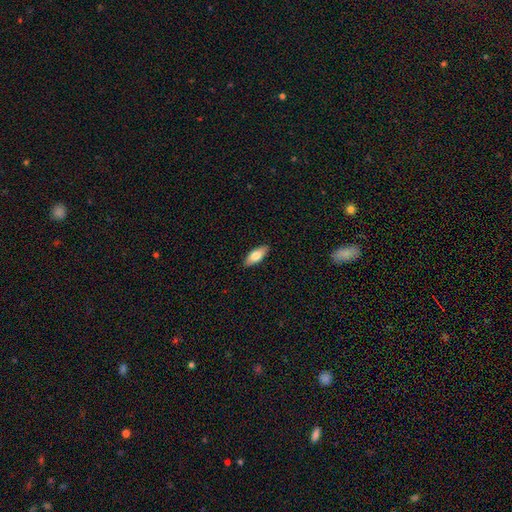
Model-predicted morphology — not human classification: Overall: smooth (77%). How rounded: in between (78%). Merging: none (88%).